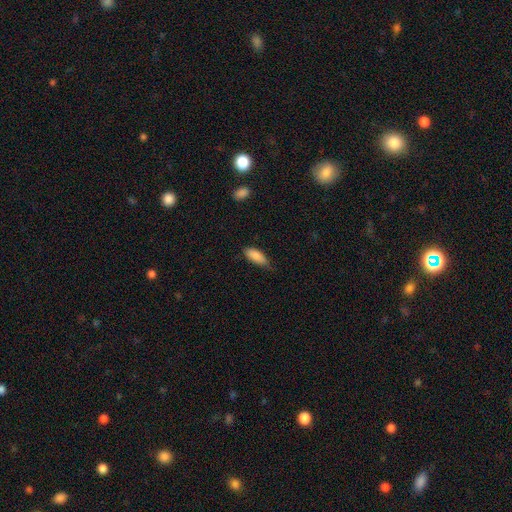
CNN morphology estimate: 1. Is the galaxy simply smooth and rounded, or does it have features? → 86% smooth, 7% featured or disk, 7% star or artifact.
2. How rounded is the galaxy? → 80% in between, 18% cigar-shaped, 2% round.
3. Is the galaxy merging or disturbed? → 59% none, 34% minor disturbance, 5% major disturbance, 1% merger.